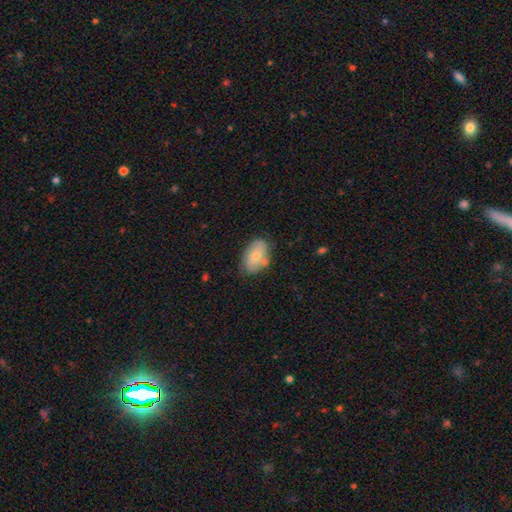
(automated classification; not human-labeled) Smooth or featured? smooth (65%)
How rounded? in between (89%)
Merging? none (63%)